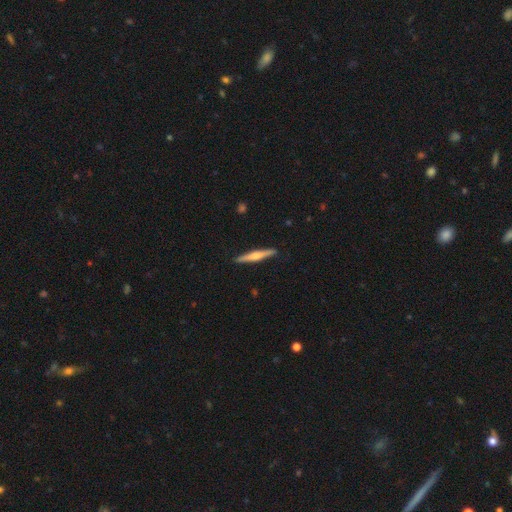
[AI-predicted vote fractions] Smooth or featured? featured or disk (57%)
Edge-on disk? yes (98%)
Edge-on bulge? rounded (76%)
Merging? none (91%)